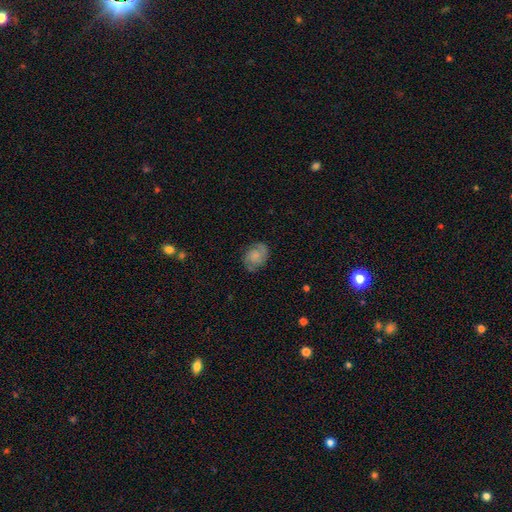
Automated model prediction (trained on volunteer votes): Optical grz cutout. It shows a featured or disk galaxy (55%) with no bar (72%), spiral arms (91%) and a small central bulge (41%). Merging: none (76%).